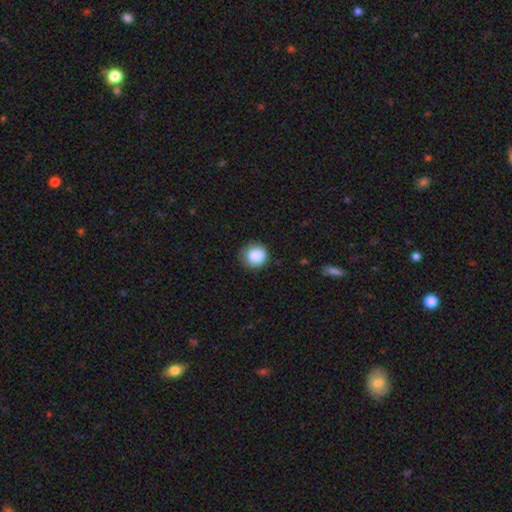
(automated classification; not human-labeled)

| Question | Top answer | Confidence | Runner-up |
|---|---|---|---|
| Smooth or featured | smooth | 87% | star or artifact (9%) |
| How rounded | round | 86% | in between (13%) |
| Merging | none | 79% | minor disturbance (16%) |